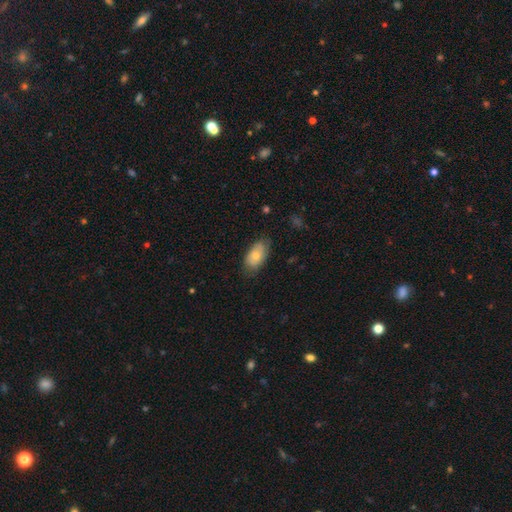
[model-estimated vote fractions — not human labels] smooth-or-featured: smooth: 71% | featured or disk: 22% | star or artifact: 6%
  how-rounded: in between: 92% | round: 5% | cigar-shaped: 3%
  merging: none: 71% | minor disturbance: 23% | major disturbance: 5% | merger: 1%